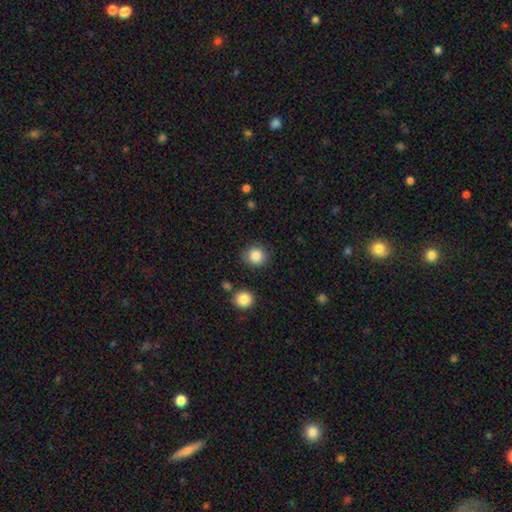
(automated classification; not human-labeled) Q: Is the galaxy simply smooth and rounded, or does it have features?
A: smooth — 86%.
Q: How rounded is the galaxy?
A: round — 88%.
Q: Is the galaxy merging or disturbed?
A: none — 83%.